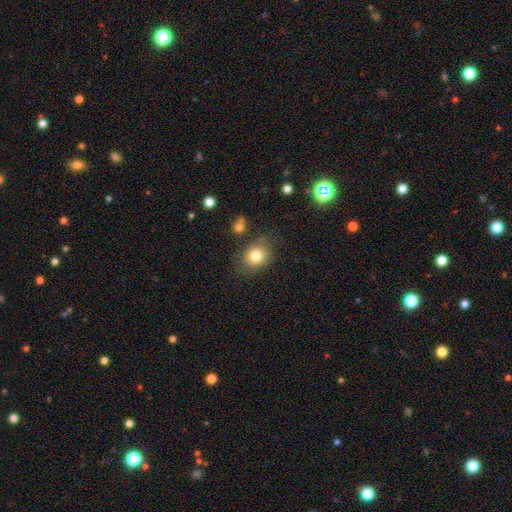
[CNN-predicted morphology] Q: Smooth or featured?
A: smooth (80%); runner-up: star or artifact (10%)
Q: How rounded?
A: round (56%); runner-up: in between (43%)
Q: Merging?
A: none (74%); runner-up: minor disturbance (16%)